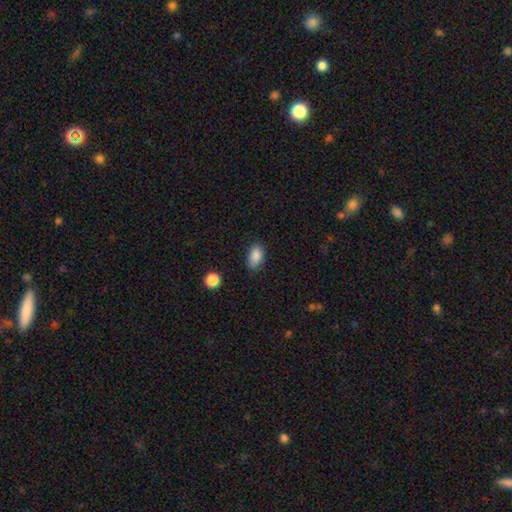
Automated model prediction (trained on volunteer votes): A smooth galaxy with no disk features (87%) that is in between round and cigar-shaped (91%). Merging: none (80%).